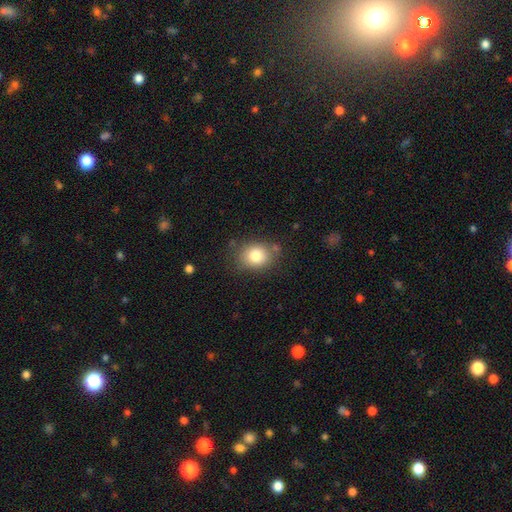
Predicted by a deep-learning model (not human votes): Smooth or featured: smooth — 81% (star or artifact — 10%)
How rounded: round — 57% (in between — 42%)
Merging: none — 77% (minor disturbance — 15%)